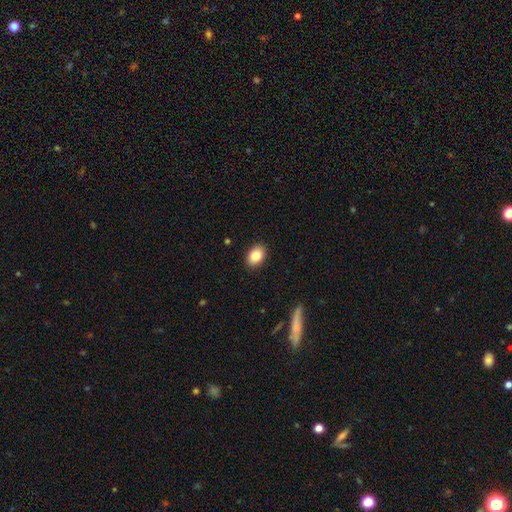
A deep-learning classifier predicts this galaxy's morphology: Smooth or featured? Predicted: smooth (p=0.86). How rounded? Predicted: in between (p=0.79). Merging? Predicted: none (p=0.90).